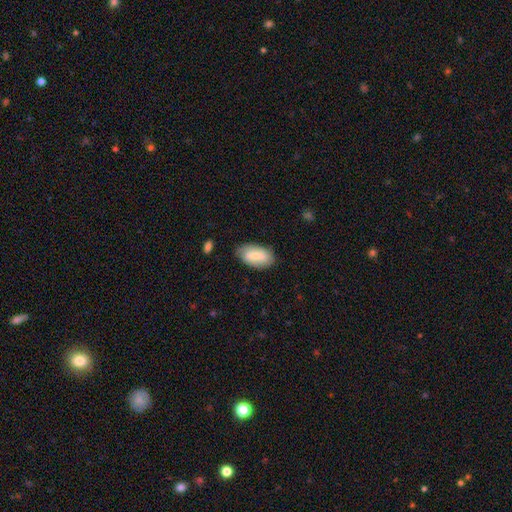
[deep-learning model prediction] smooth_or_featured: smooth (p=0.74) [alt: featured or disk p=0.20]
how_rounded: in between (p=0.94) [alt: cigar-shaped p=0.03]
merging: none (p=0.78) [alt: minor disturbance p=0.17]